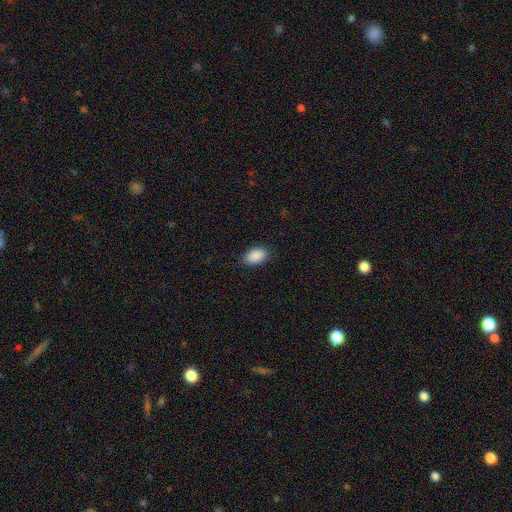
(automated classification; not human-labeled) Smooth or featured?
  - smooth: 90% *
  - star or artifact: 7%
  - featured or disk: 3%
How rounded?
  - in between: 92% *
  - round: 7%
  - cigar-shaped: 1%
Merging?
  - none: 87% *
  - minor disturbance: 10%
  - major disturbance: 2%
  - merger: 1%